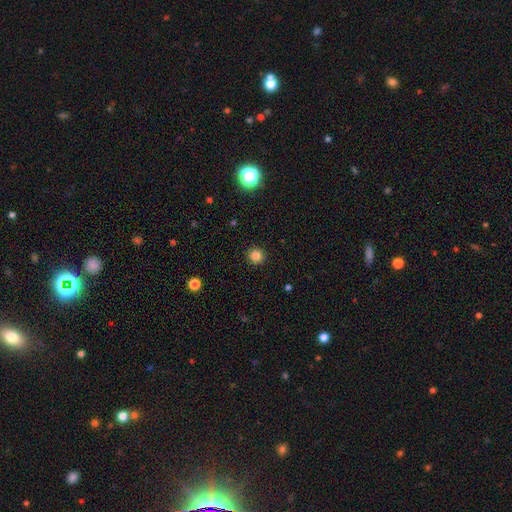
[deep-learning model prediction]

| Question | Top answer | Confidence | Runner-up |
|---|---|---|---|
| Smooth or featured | smooth | 84% | star or artifact (13%) |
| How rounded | round | 93% | in between (6%) |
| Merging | none | 91% | minor disturbance (6%) |